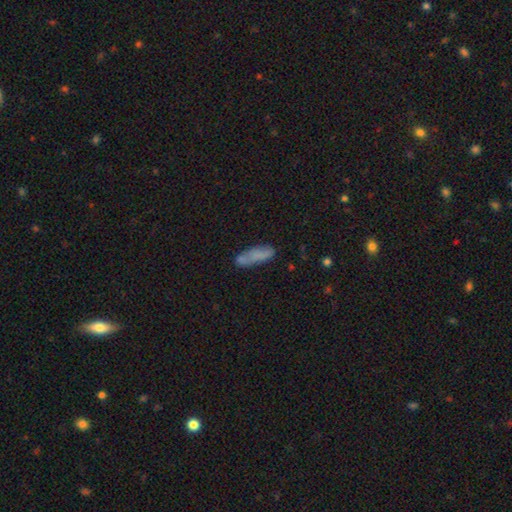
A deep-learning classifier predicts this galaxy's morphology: smooth 71%, featured or disk 19%, star or artifact 10%. Down the decision tree: how rounded — cigar-shaped (57%); merging — none (61%).